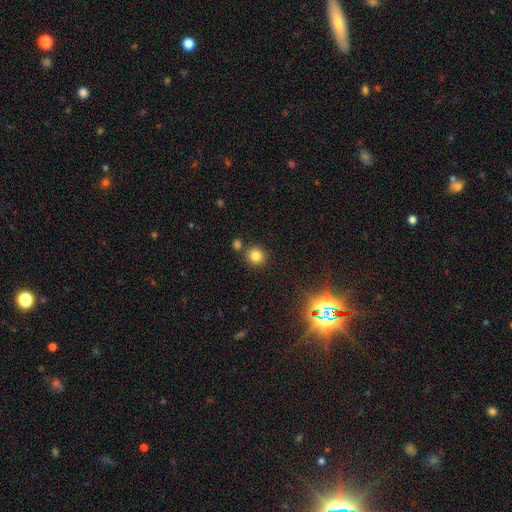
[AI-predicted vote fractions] This is clearly a smooth galaxy (81%). How rounded: clearly round (87%). Merging: likely none (78%).